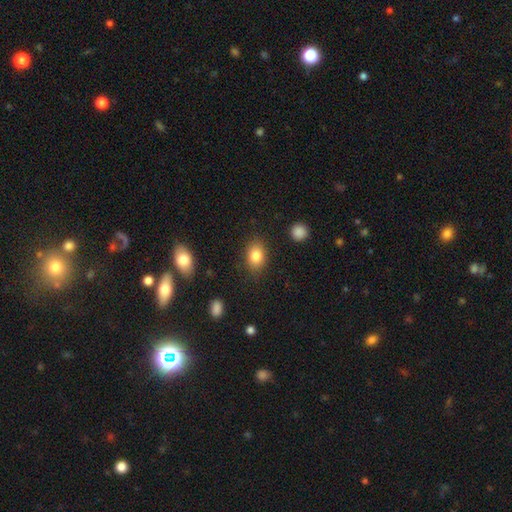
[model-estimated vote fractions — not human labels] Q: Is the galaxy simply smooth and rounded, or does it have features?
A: smooth — 83%.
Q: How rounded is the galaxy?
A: in between — 74%.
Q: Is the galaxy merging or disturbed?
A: none — 84%.